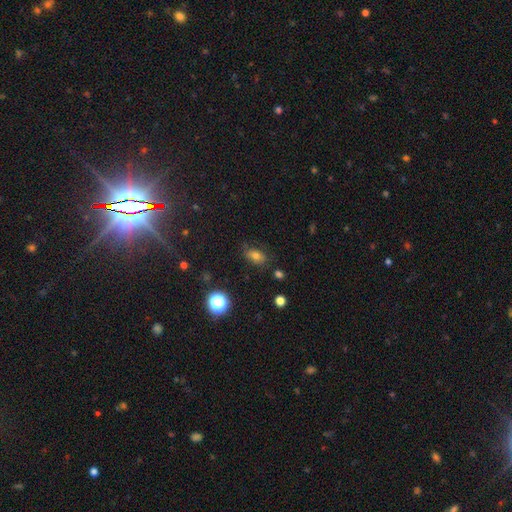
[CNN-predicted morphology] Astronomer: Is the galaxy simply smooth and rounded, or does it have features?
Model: smooth — 72%.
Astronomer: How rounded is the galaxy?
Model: in between — 80%.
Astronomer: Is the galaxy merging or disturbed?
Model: none — 75%.